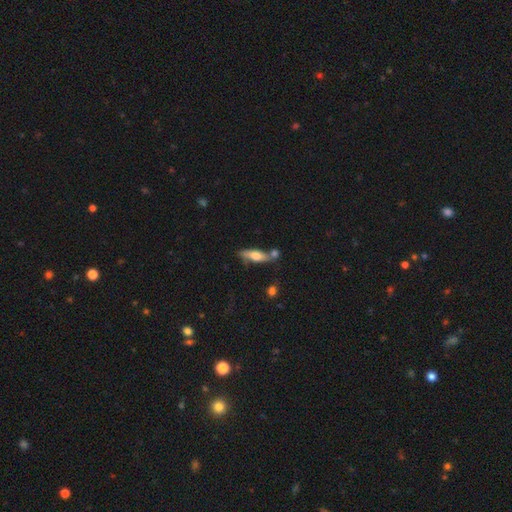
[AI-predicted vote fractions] The model was most divided on "how rounded": cigar-shaped: 55%, in between: 43%, round: 3%. More confident: merging — none (58%); smooth or featured — smooth (54%).